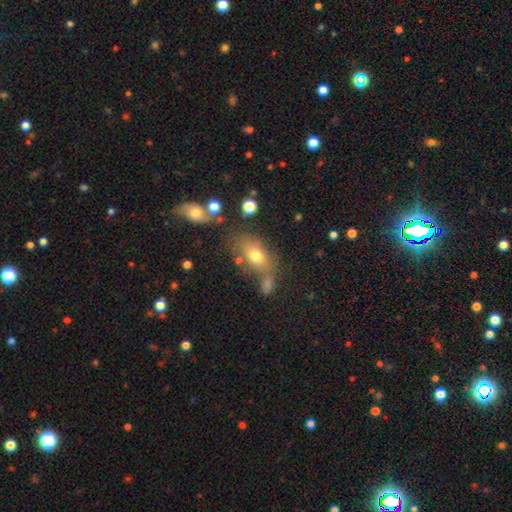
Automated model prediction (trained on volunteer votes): Smooth or featured?
  - smooth: 71% *
  - featured or disk: 17%
  - star or artifact: 12%
How rounded?
  - in between: 82% *
  - round: 14%
  - cigar-shaped: 4%
Merging?
  - none: 53% *
  - merger: 20%
  - minor disturbance: 17%
  - major disturbance: 10%